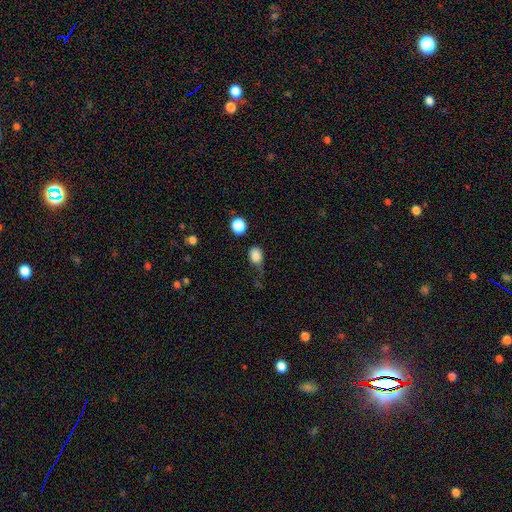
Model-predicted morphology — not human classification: smooth 84%, star or artifact 10%, featured or disk 6%. Down the decision tree: how rounded — in between (61%); merging — none (45%).